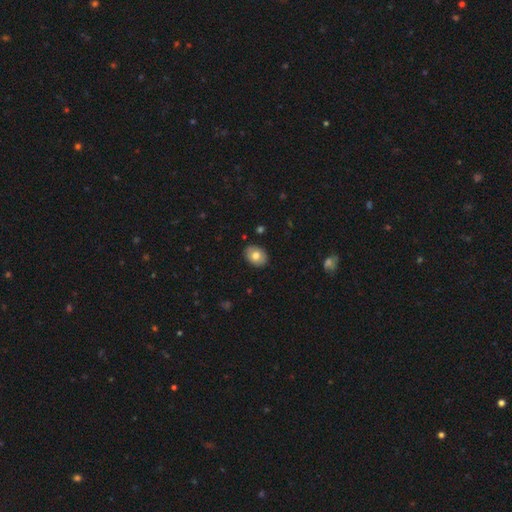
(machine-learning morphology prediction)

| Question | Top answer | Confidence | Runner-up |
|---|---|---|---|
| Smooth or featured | smooth | 76% | featured or disk (16%) |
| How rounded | in between | 66% | round (33%) |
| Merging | none | 88% | minor disturbance (9%) |